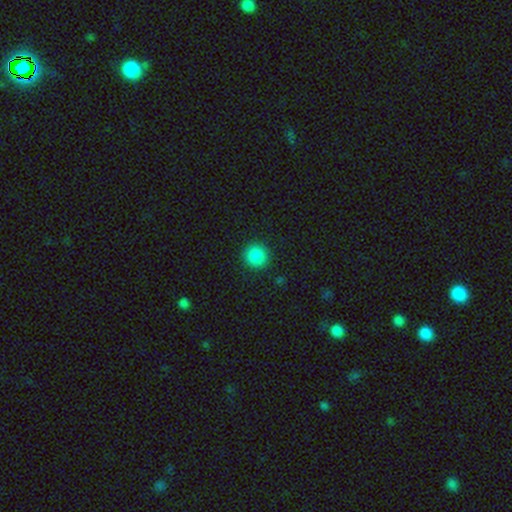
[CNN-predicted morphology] Smooth or featured? Predicted: smooth (p=0.87). How rounded? Predicted: round (p=0.93). Merging? Predicted: none (p=0.91).